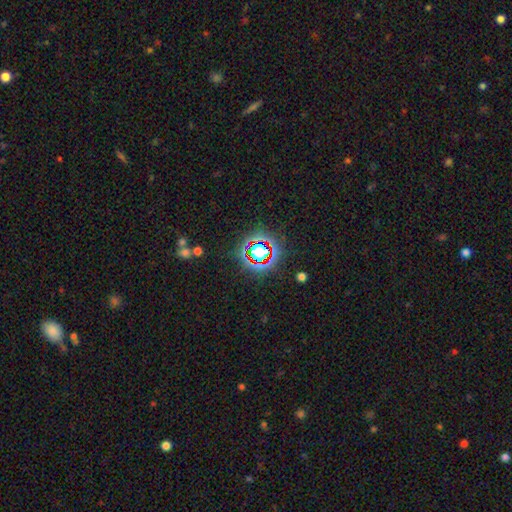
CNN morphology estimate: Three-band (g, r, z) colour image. It shows a star or artifact, not a galaxy (67%).